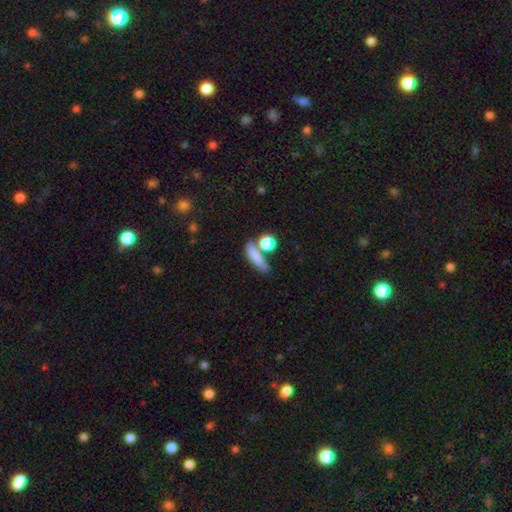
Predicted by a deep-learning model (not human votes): A smooth galaxy with no disk features (78%) that is in between round and cigar-shaped (43%). Merging: none (53%).